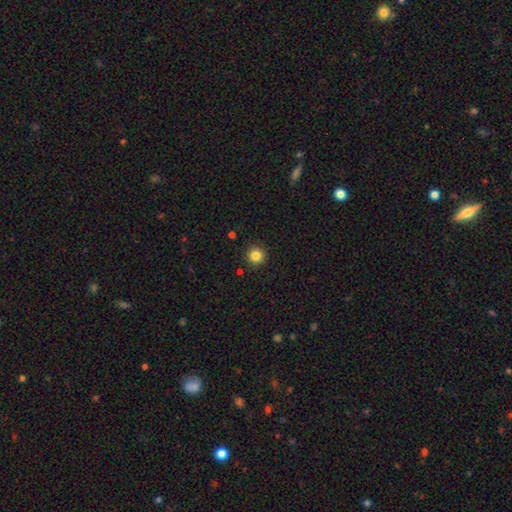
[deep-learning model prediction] Q: Smooth or featured?
A: smooth (84%); runner-up: star or artifact (11%)
Q: How rounded?
A: round (96%); runner-up: in between (3%)
Q: Merging?
A: none (92%); runner-up: minor disturbance (5%)